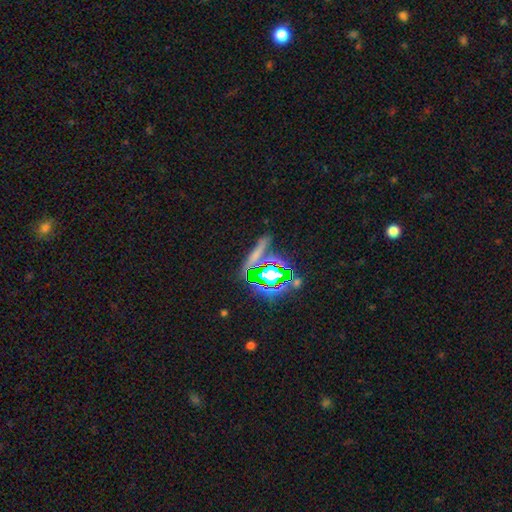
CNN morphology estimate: Smooth or featured? star or artifact (42%)